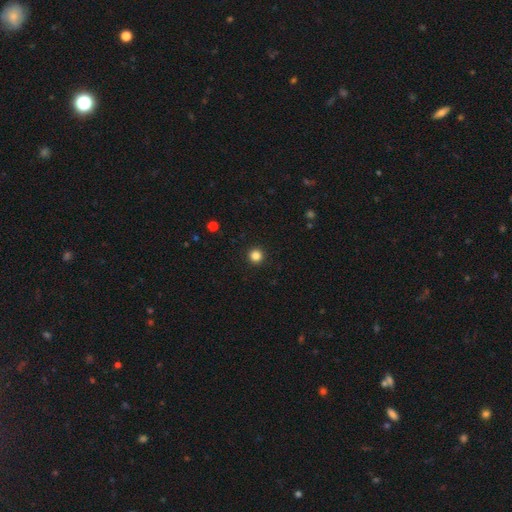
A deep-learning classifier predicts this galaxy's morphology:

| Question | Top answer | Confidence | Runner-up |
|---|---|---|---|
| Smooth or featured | smooth | 85% | star or artifact (12%) |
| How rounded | round | 96% | in between (3%) |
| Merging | none | 94% | minor disturbance (4%) |